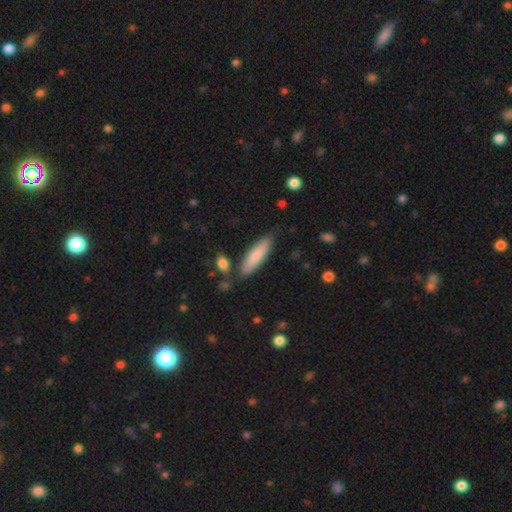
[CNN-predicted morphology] smooth-or-featured: smooth: 81% | featured or disk: 13% | star or artifact: 5%
  how-rounded: cigar-shaped: 65% | in between: 34% | round: 1%
  merging: none: 81% | minor disturbance: 13% | merger: 4% | major disturbance: 3%